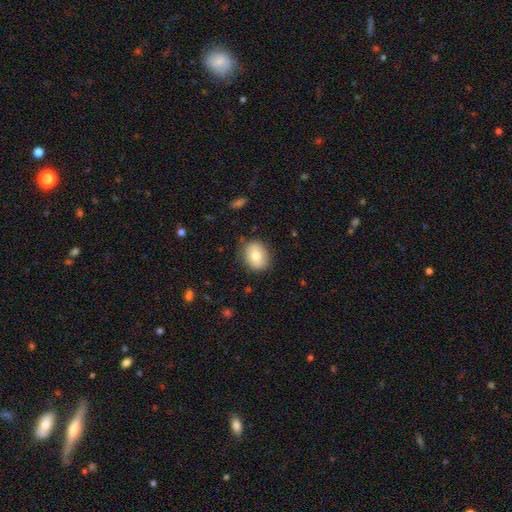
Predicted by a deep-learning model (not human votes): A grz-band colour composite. It shows a smooth galaxy with no disk features (76%) that is in between round and cigar-shaped (52%). Merging: none (84%).